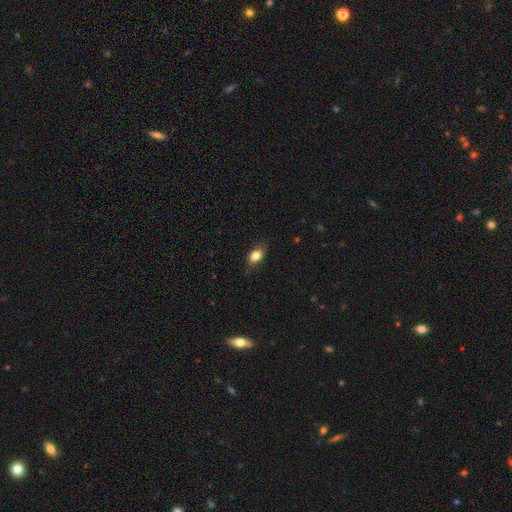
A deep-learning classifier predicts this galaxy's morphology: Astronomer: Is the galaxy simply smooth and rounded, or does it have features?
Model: smooth — 83%.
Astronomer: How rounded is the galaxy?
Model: in between — 80%.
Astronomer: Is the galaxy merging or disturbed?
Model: none — 80%.